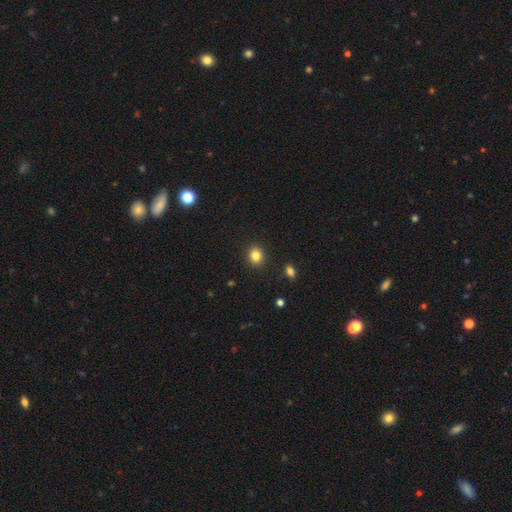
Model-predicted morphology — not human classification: Smooth or featured? Predicted: smooth (p=0.84). How rounded? Predicted: round (p=0.67). Merging? Predicted: none (p=0.91).